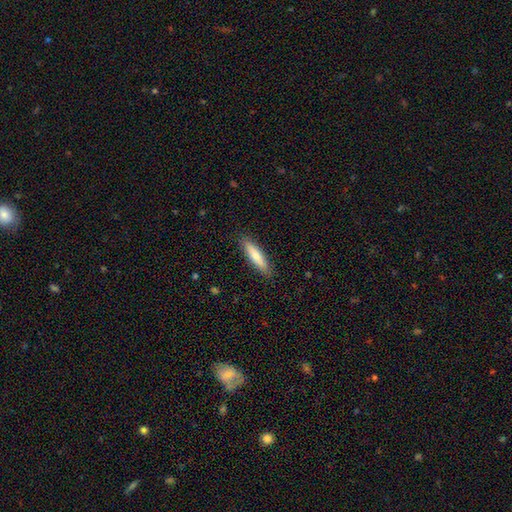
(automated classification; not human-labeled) Q: Smooth or featured?
A: smooth (75%); runner-up: featured or disk (20%)
Q: How rounded?
A: cigar-shaped (79%); runner-up: in between (19%)
Q: Merging?
A: none (89%); runner-up: minor disturbance (8%)